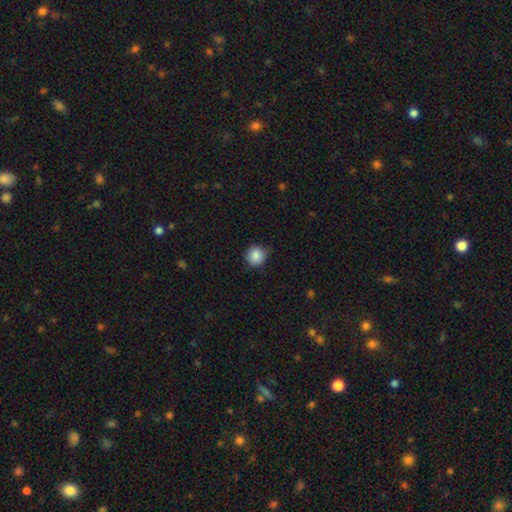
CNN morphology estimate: smooth-or-featured: smooth: 87% | star or artifact: 9% | featured or disk: 4%
  how-rounded: round: 91% | in between: 8% | cigar-shaped: 1%
  merging: none: 76% | minor disturbance: 20% | major disturbance: 3% | merger: 1%